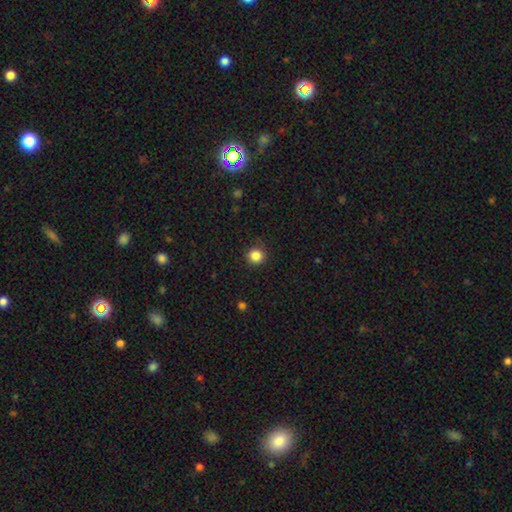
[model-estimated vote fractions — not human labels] Smooth or featured: smooth — 85% (star or artifact — 11%)
How rounded: round — 95% (in between — 4%)
Merging: none — 90% (minor disturbance — 7%)